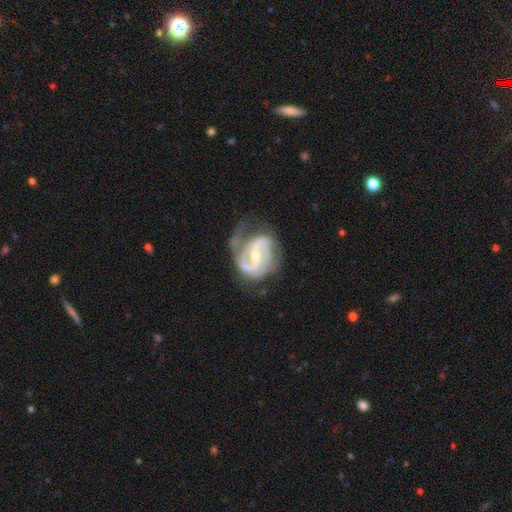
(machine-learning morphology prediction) A featured or disk galaxy (91%) with a weak bar (45%), 2 (64%) medium (50%) spiral arms (97%) and a small central bulge (49%).

Vote fractions:
- Smooth or featured? featured or disk: 91% / smooth: 5% / star or artifact: 4%
- Edge-on disk? no: 98% / yes: 2%
- Bar? weak: 45% / strong: 36% / no: 20%
- Spiral arms? yes: 97% / no: 3%
- Spiral winding? medium: 50% / tight: 35% / loose: 16%
- Spiral arm count? 2: 64% / 3: 18% / can't tell: 8% / 1: 4% / 4: 3% / more than 4: 3%
- Bulge size? small: 49% / moderate: 48% / large: 2% / none: 1% / dominant: 1%
- Merging? none: 54% / minor disturbance: 25% / major disturbance: 19% / merger: 2%